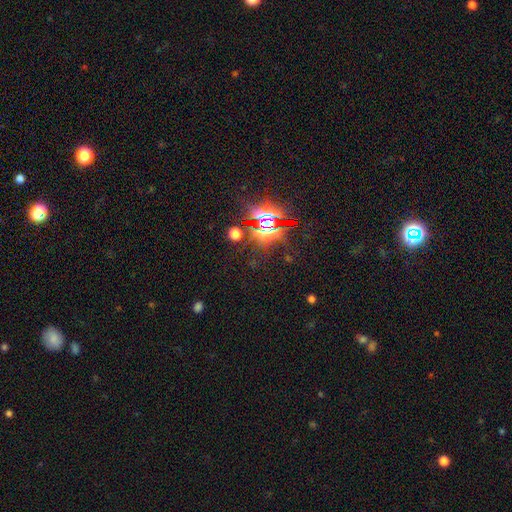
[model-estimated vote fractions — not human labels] star or artifact 84%, smooth 9%, featured or disk 8%.